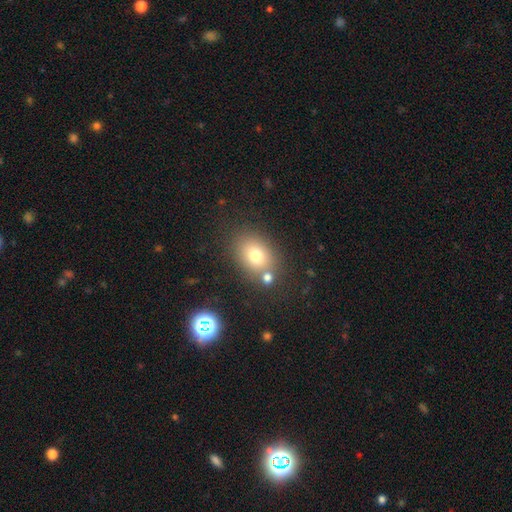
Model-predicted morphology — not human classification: Smooth or featured? smooth (74%)
How rounded? in between (59%)
Merging? none (71%)